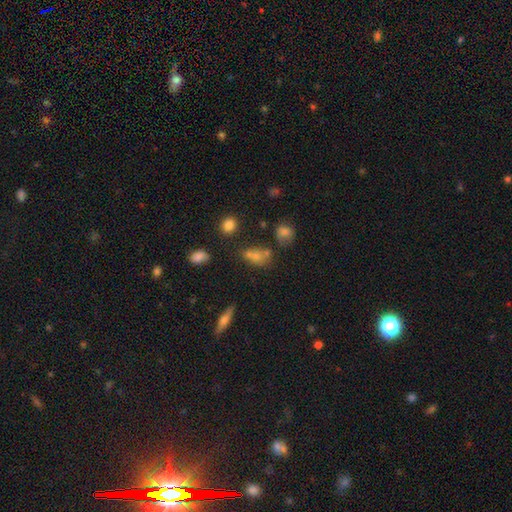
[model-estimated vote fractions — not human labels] A smooth galaxy with no disk features (67%) that is in between round and cigar-shaped (70%). Merging: none (41%).